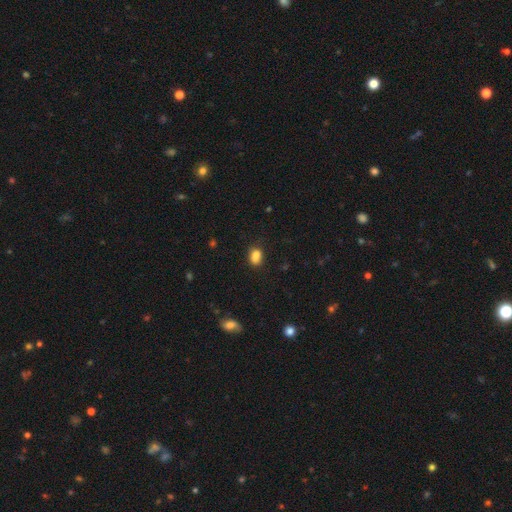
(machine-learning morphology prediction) type=smooth (83%); roundness=in between (74%); merging=none (68%).